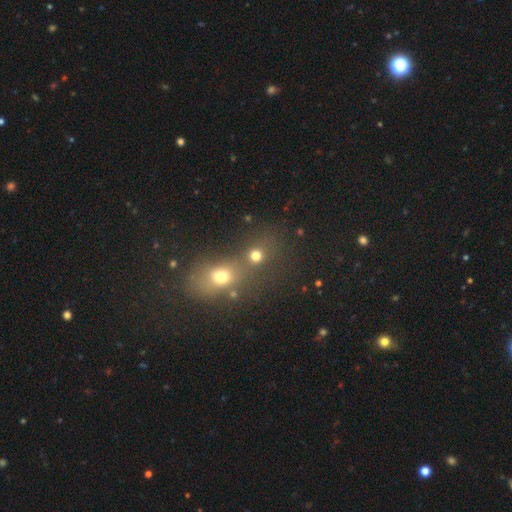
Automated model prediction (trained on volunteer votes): smooth_or_featured: smooth (p=0.71) [alt: star or artifact p=0.20]
how_rounded: round (p=0.78) [alt: in between p=0.21]
merging: none (p=0.45) [alt: merger p=0.43]